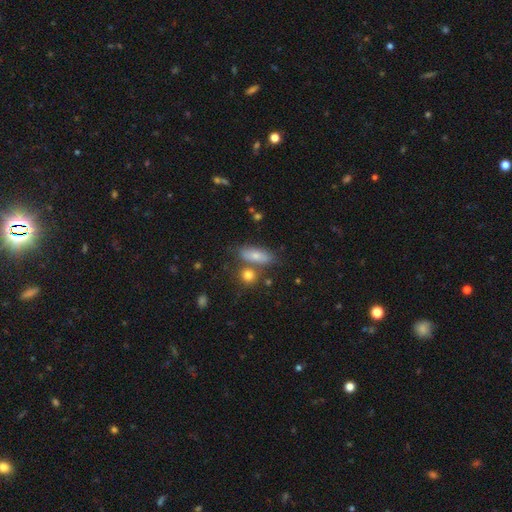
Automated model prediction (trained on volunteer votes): smooth-or-featured: smooth: 74% | featured or disk: 19% | star or artifact: 8%
  how-rounded: in between: 67% | cigar-shaped: 27% | round: 6%
  merging: none: 66% | merger: 16% | minor disturbance: 14% | major disturbance: 4%